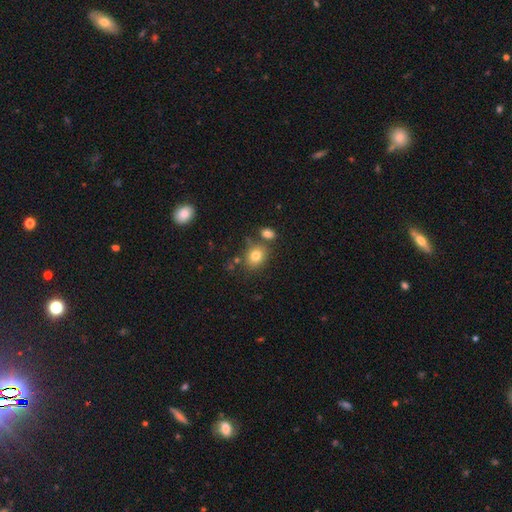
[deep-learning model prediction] Smooth or featured? Predicted: smooth (p=0.79). How rounded? Predicted: round (p=0.56). Merging? Predicted: none (p=0.70).